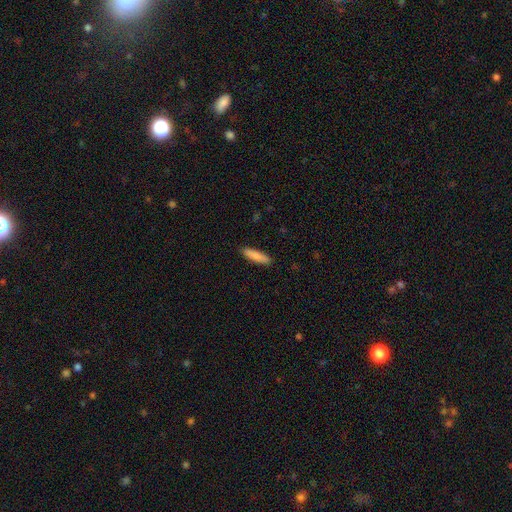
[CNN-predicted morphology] This is clearly a smooth galaxy (86%). How rounded: likely cigar-shaped (74%). Merging: clearly none (89%).